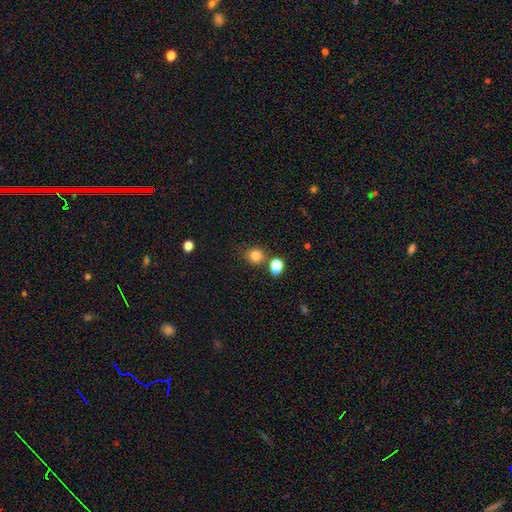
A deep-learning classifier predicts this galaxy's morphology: smooth-or-featured: smooth: 81% | star or artifact: 13% | featured or disk: 6%
  how-rounded: round: 82% | in between: 17% | cigar-shaped: 1%
  merging: none: 72% | merger: 14% | minor disturbance: 10% | major disturbance: 4%